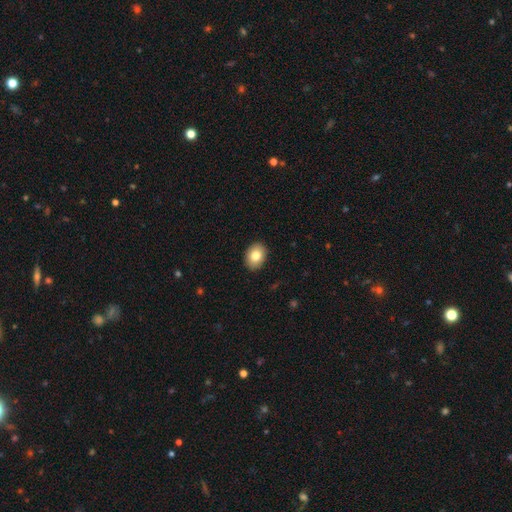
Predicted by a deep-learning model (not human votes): Smooth or featured? smooth (82%)
How rounded? in between (66%)
Merging? none (91%)